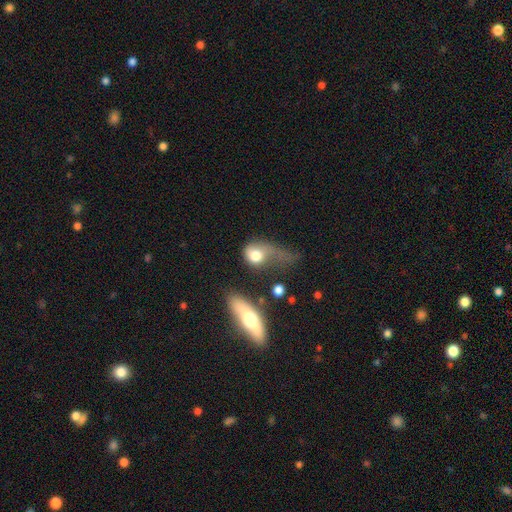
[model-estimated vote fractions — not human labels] The model was most divided on "how rounded": in between: 51%, round: 45%, cigar-shaped: 4%. More confident: smooth or featured — smooth (69%); merging — major disturbance (52%).